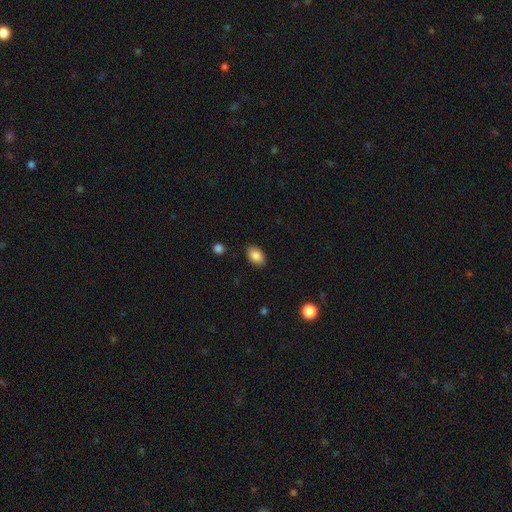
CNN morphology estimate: smooth_or_featured: smooth (p=0.87) [alt: star or artifact p=0.08]
how_rounded: in between (p=0.86) [alt: round p=0.13]
merging: none (p=0.86) [alt: minor disturbance p=0.10]